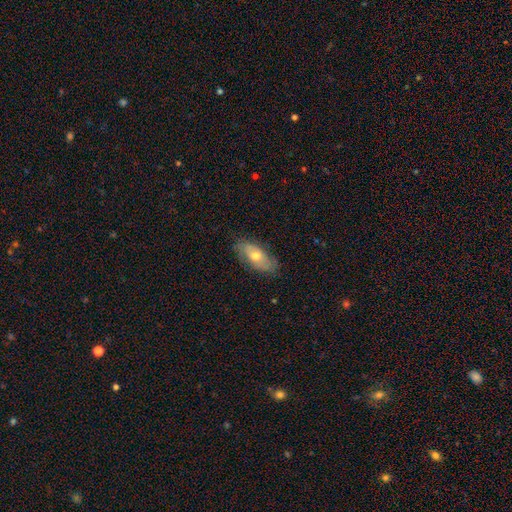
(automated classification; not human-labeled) Smooth or featured: smooth — 57% (featured or disk — 36%)
How rounded: in between — 85% (cigar-shaped — 12%)
Merging: none — 78% (minor disturbance — 17%)